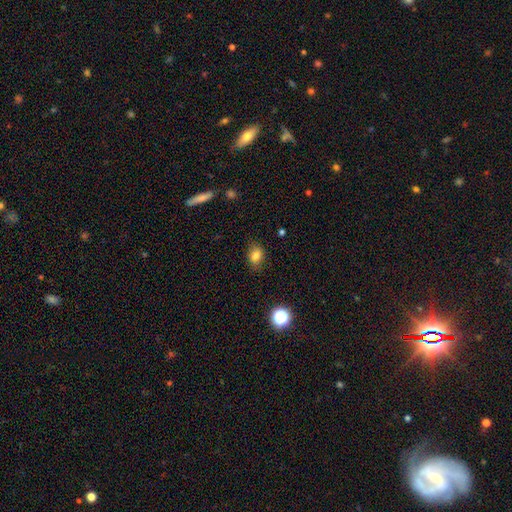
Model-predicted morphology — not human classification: The model was most divided on "how rounded": in between: 70%, round: 29%, cigar-shaped: 1%. More confident: smooth or featured — smooth (81%); merging — none (80%).